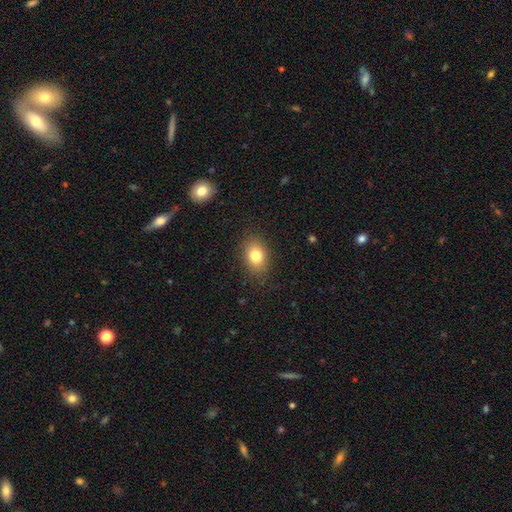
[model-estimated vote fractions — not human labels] smooth-or-featured: smooth: 80% | star or artifact: 10% | featured or disk: 10%
  how-rounded: in between: 70% | round: 29% | cigar-shaped: 1%
  merging: none: 85% | minor disturbance: 10% | major disturbance: 3% | merger: 1%